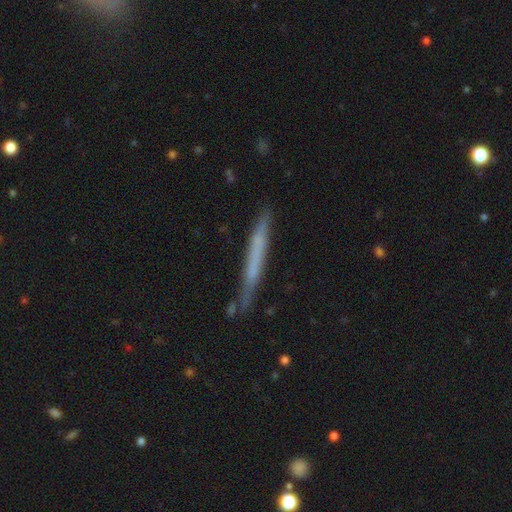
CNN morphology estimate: Smooth or featured? Predicted: smooth (p=0.48). Merging? Predicted: none (p=0.78).